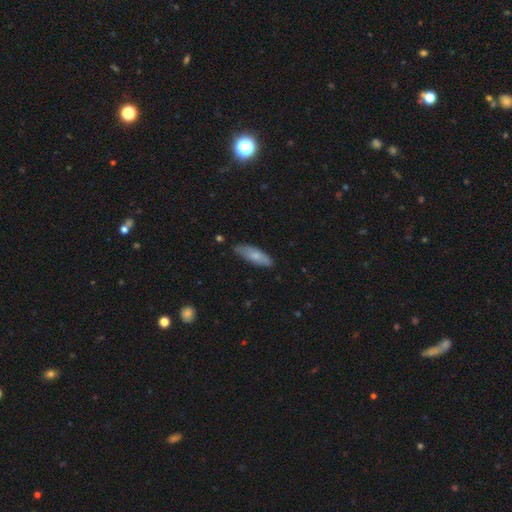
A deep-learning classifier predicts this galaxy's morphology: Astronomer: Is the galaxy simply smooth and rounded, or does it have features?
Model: smooth — 71%.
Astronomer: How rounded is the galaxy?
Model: in between — 56% (runner-up: cigar-shaped, 42%).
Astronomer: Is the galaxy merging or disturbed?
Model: none — 76%.